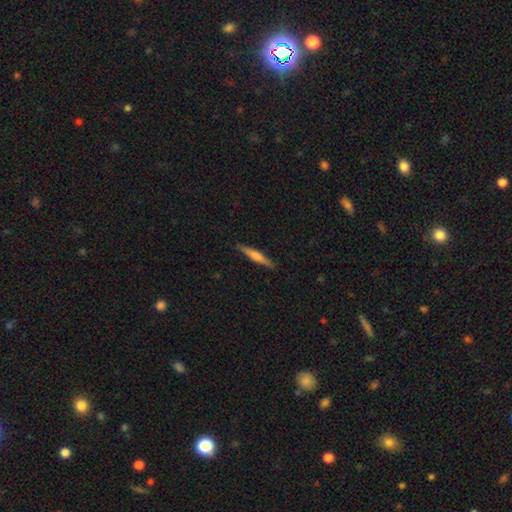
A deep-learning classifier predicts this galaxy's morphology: smooth_or_featured: featured or disk (p=0.49) [alt: smooth p=0.45]
merging: none (p=0.90) [alt: minor disturbance p=0.08]